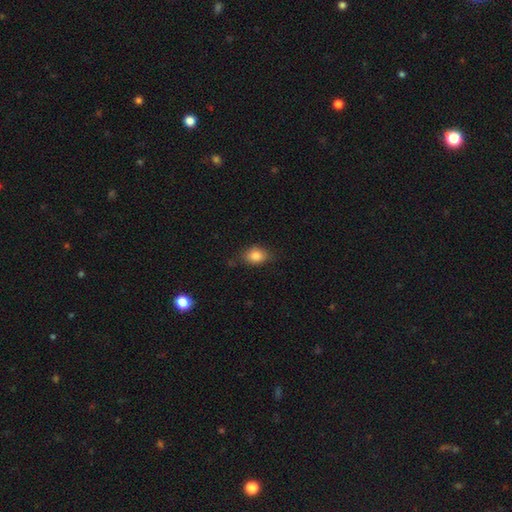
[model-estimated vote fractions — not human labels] The model was most divided on "how rounded": in between: 69%, round: 30%, cigar-shaped: 2%. More confident: smooth or featured — smooth (83%); merging — none (73%).